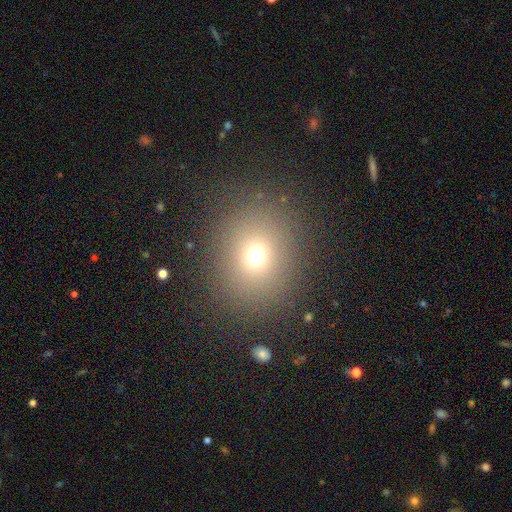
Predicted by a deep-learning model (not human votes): Smooth or featured? Predicted: smooth (p=0.69). How rounded? Predicted: round (p=0.72). Merging? Predicted: none (p=0.85).